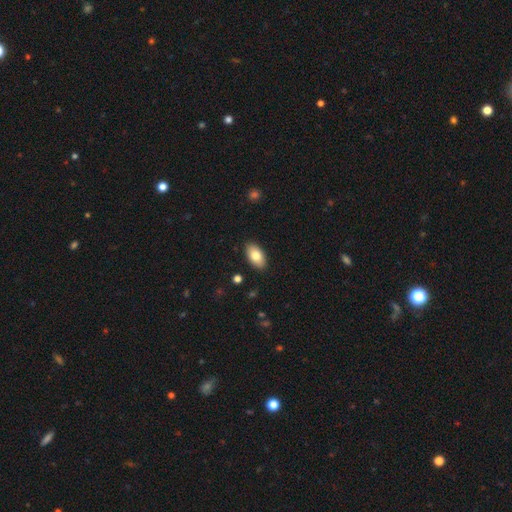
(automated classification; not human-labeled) Smooth or featured?
  - smooth: 79% *
  - featured or disk: 14%
  - star or artifact: 7%
How rounded?
  - in between: 93% *
  - round: 4%
  - cigar-shaped: 3%
Merging?
  - none: 89% *
  - minor disturbance: 9%
  - major disturbance: 2%
  - merger: 1%